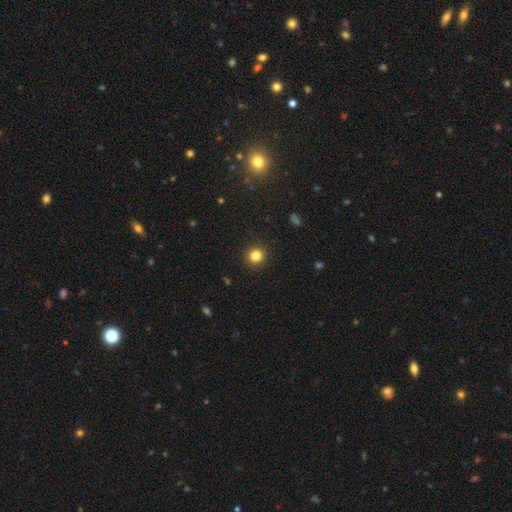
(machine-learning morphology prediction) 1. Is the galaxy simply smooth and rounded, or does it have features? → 83% smooth, 12% star or artifact, 5% featured or disk.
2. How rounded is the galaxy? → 93% round, 6% in between, 1% cigar-shaped.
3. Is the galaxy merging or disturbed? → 91% none, 6% minor disturbance, 2% major disturbance, 1% merger.